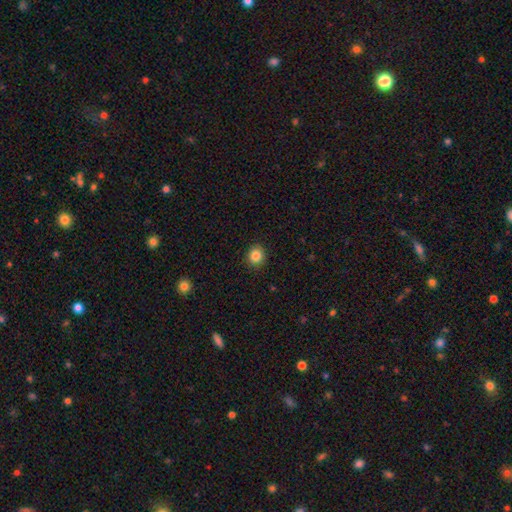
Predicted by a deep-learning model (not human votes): Overall: smooth (85%). How rounded: round (82%). Merging: none (91%).